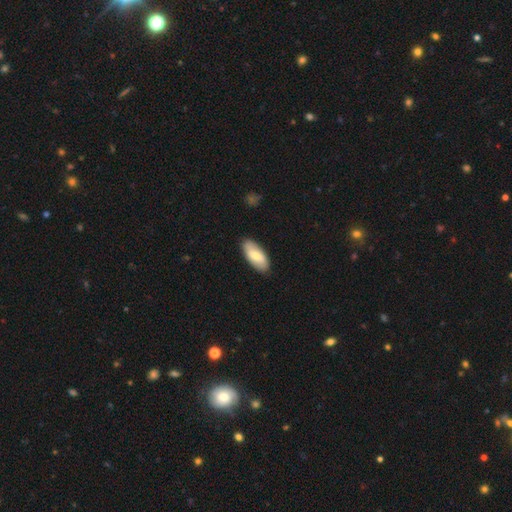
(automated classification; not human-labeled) This is likely a smooth galaxy (69%). How rounded: clearly in between (88%). Merging: clearly none (86%).